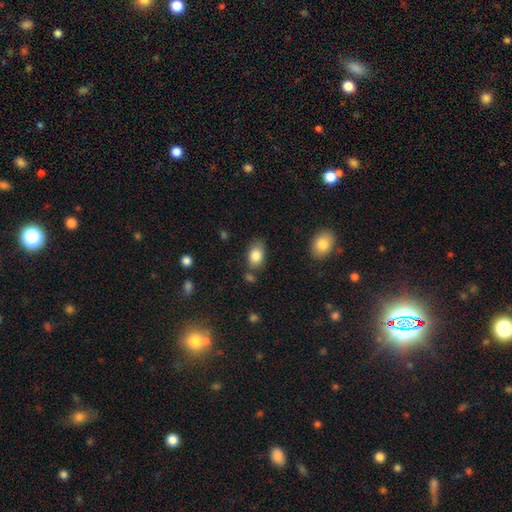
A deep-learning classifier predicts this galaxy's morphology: Smooth or featured: smooth — 84% (star or artifact — 8%)
How rounded: in between — 84% (round — 14%)
Merging: none — 69% (minor disturbance — 19%)